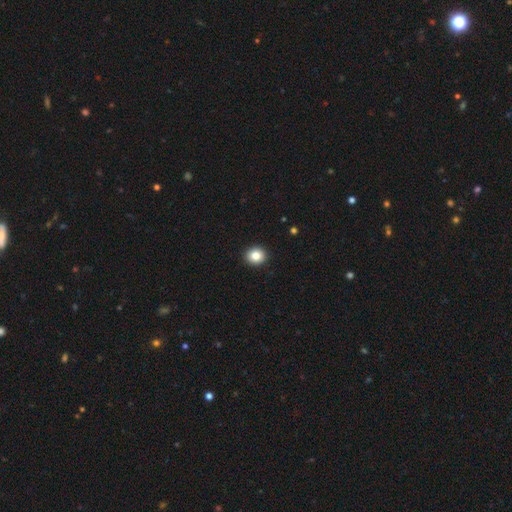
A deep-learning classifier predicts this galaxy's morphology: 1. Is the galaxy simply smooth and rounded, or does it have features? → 84% smooth, 10% star or artifact, 6% featured or disk.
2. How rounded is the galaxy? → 78% round, 21% in between, 1% cigar-shaped.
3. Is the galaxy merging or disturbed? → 93% none, 5% minor disturbance, 1% major disturbance, 1% merger.